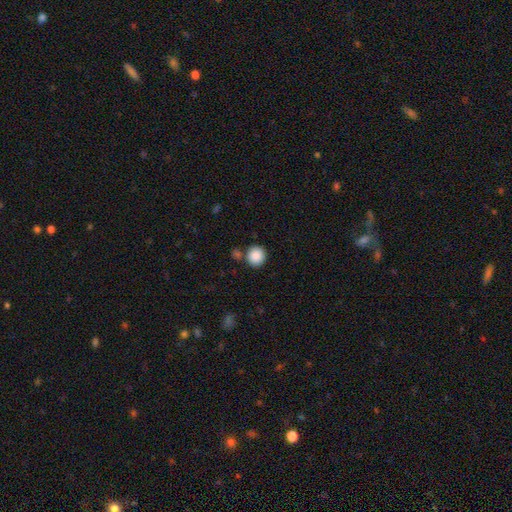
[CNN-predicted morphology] A smooth galaxy with no disk features (89%) that is round (92%). Merging: none (80%).